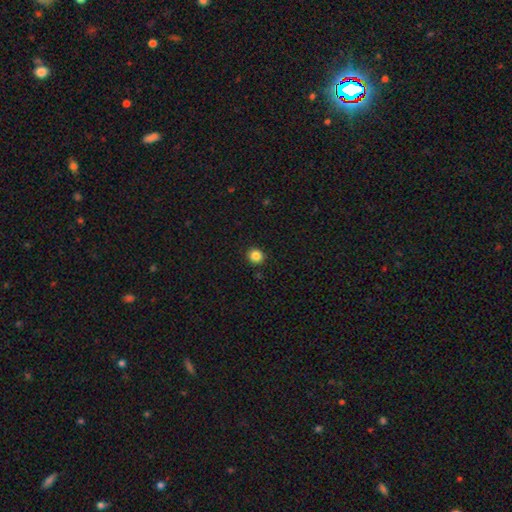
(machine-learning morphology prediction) Smooth or featured? smooth (85%)
How rounded? round (91%)
Merging? none (93%)